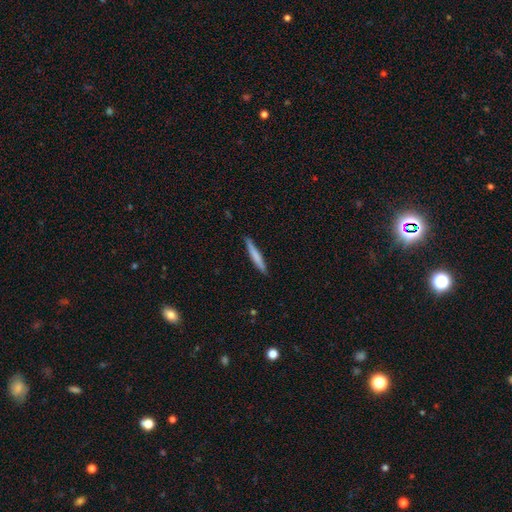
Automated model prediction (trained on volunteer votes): Smooth or featured? smooth (69%)
How rounded? cigar-shaped (95%)
Merging? none (89%)